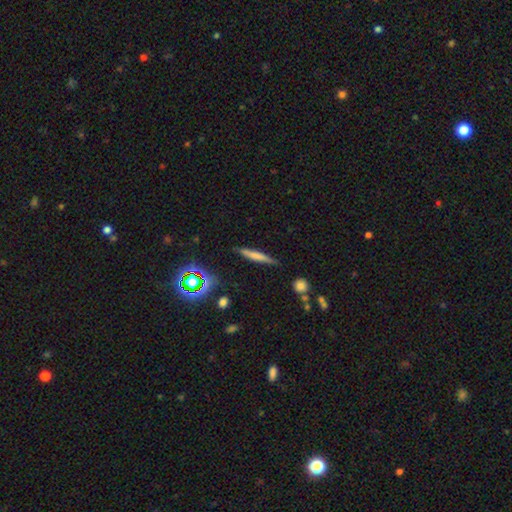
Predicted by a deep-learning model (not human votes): The model was most divided on "smooth or featured": smooth: 60%, featured or disk: 30%, star or artifact: 10%. More confident: how rounded — cigar-shaped (92%); merging — none (84%).